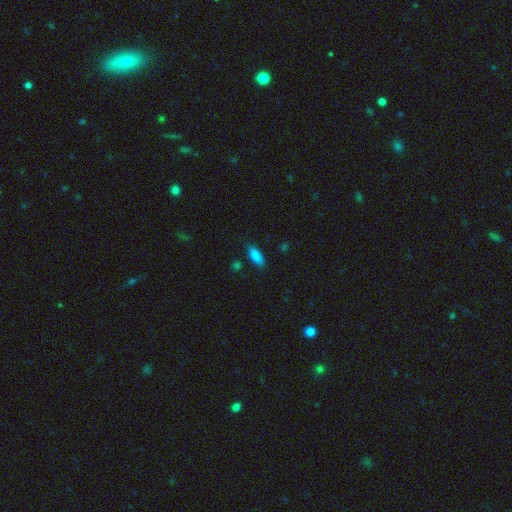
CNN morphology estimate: A smooth galaxy with no disk features (86%) that is in between round and cigar-shaped (73%). Merging: none (79%).